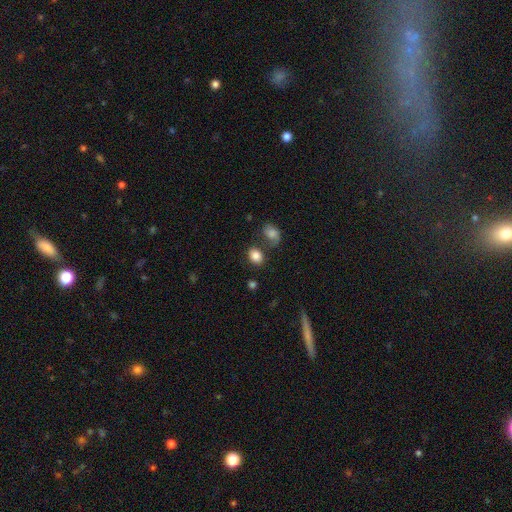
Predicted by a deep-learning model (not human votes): This appears to be a smooth galaxy with no disk features (83%) that is in between round and cigar-shaped (56%). Merging: none (62%).